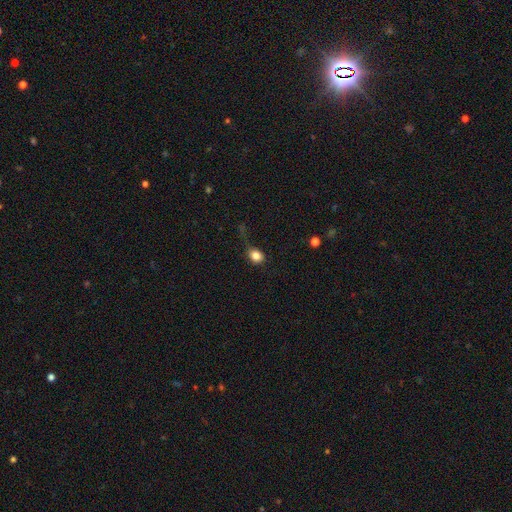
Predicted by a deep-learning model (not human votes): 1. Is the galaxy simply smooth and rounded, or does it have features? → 82% smooth, 11% star or artifact, 7% featured or disk.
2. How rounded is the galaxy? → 62% round, 37% in between, 1% cigar-shaped.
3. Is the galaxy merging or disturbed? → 59% none, 24% minor disturbance, 15% major disturbance, 3% merger.